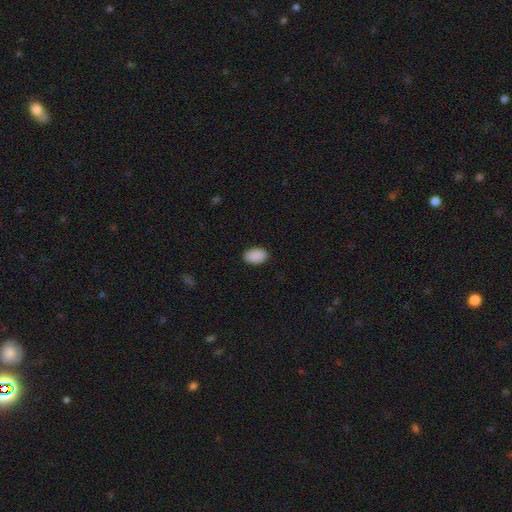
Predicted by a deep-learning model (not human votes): smooth 90%, star or artifact 7%, featured or disk 2%. Down the decision tree: how rounded — in between (92%); merging — none (89%).